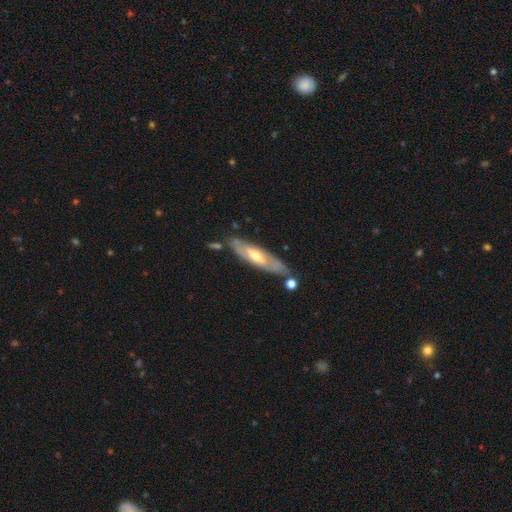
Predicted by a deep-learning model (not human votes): Smooth or featured? Predicted: featured or disk (p=0.67). Edge-on disk? Predicted: no (p=0.60). Merging? Predicted: none (p=0.75).